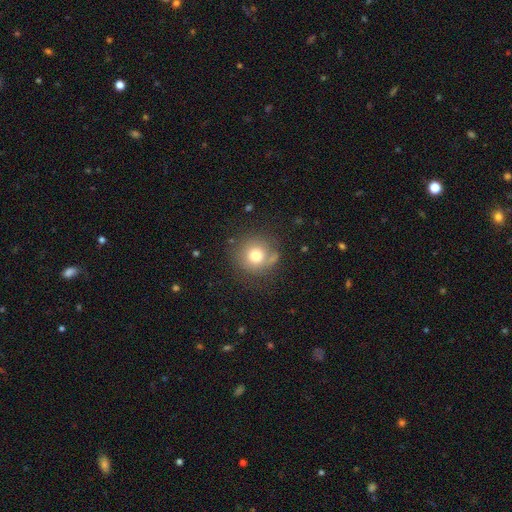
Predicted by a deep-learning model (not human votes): This is likely a smooth galaxy (72%). How rounded: clearly round (93%). Merging: likely none (73%).